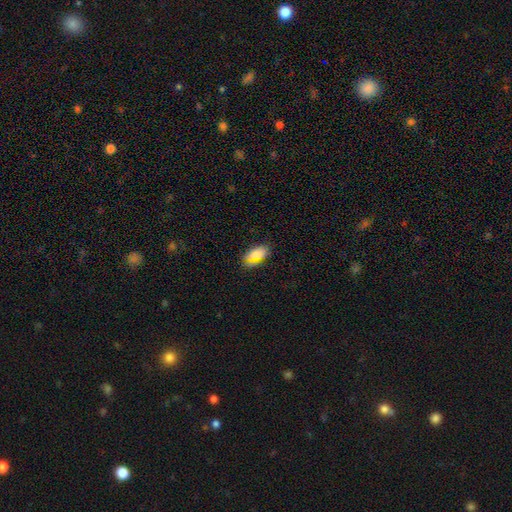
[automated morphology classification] smooth-or-featured: smooth: 74% | star or artifact: 16% | featured or disk: 10%
  how-rounded: in between: 87% | cigar-shaped: 8% | round: 5%
  merging: none: 77% | minor disturbance: 16% | major disturbance: 4% | merger: 3%